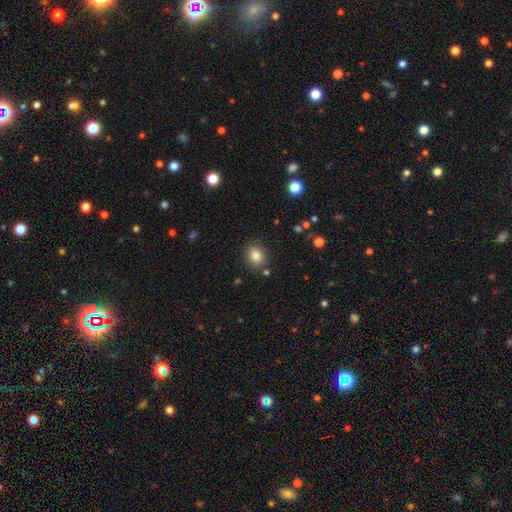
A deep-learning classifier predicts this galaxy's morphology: The model was most divided on "how rounded": round: 60%, in between: 39%, cigar-shaped: 1%. More confident: merging — none (85%); smooth or featured — smooth (83%).